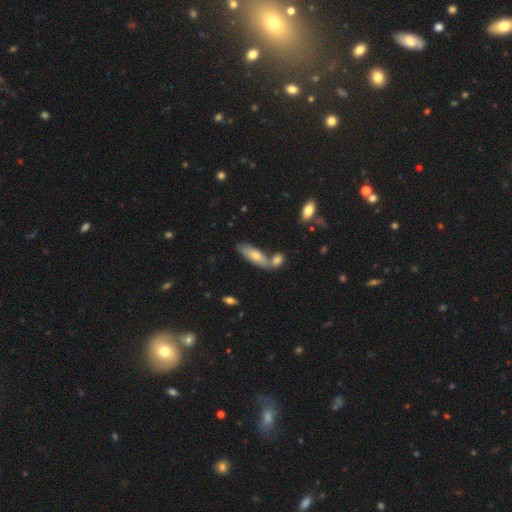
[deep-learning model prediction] Smooth or featured?
  - smooth: 60% *
  - featured or disk: 32%
  - star or artifact: 8%
How rounded?
  - in between: 56% *
  - cigar-shaped: 42%
  - round: 3%
Merging?
  - none: 52% *
  - merger: 31%
  - minor disturbance: 13%
  - major disturbance: 4%